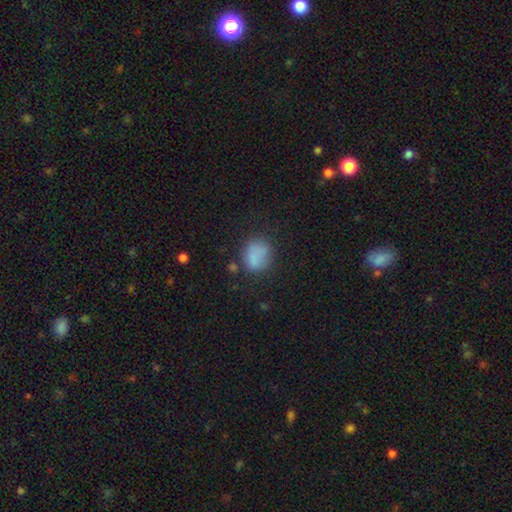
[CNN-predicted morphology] smooth 79%, star or artifact 11%, featured or disk 10%. Down the decision tree: how rounded — round (70%); merging — none (64%).